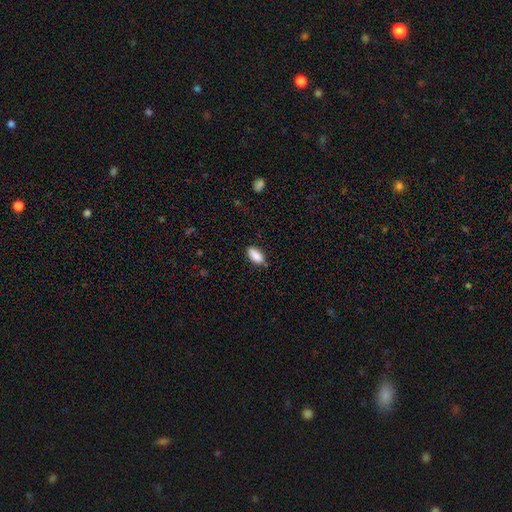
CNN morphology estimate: smooth_or_featured: smooth (p=0.88) [alt: star or artifact p=0.07]
how_rounded: in between (p=0.87) [alt: cigar-shaped p=0.10]
merging: none (p=0.80) [alt: minor disturbance p=0.15]